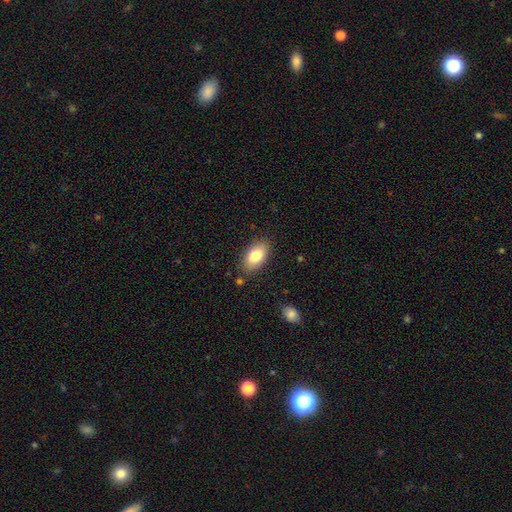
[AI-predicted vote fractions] Q: Smooth or featured?
A: smooth (83%); runner-up: featured or disk (11%)
Q: How rounded?
A: in between (93%); runner-up: round (4%)
Q: Merging?
A: none (84%); runner-up: minor disturbance (11%)